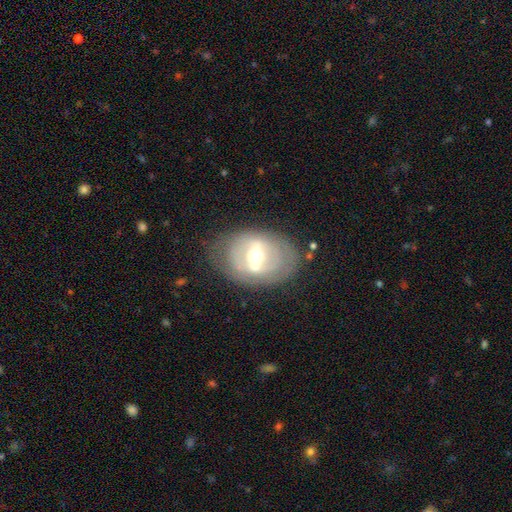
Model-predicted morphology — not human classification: A featured or disk galaxy (62%) with no bar (41%), no spiral arms (74%) and a moderate central bulge (69%).

Vote fractions:
- Smooth or featured? featured or disk: 62% / smooth: 29% / star or artifact: 8%
- Edge-on disk? no: 93% / yes: 7%
- Bar? no: 41% / weak: 35% / strong: 24%
- Spiral arms? no: 74% / yes: 26%
- Bulge size? moderate: 69% / small: 21% / large: 8% / dominant: 1% / none: 1%
- Merging? none: 60% / minor disturbance: 18% / merger: 13% / major disturbance: 9%